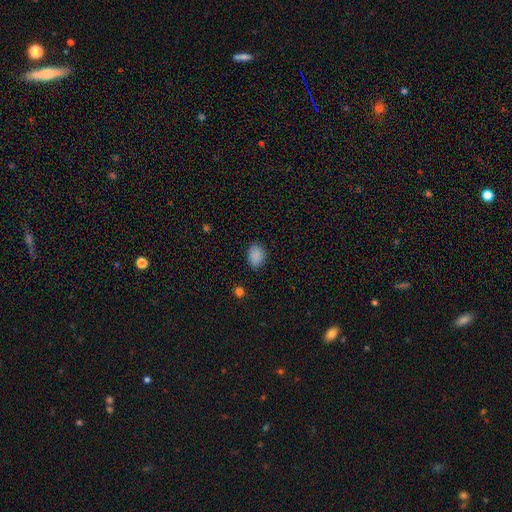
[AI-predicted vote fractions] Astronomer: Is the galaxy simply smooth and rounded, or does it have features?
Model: smooth — 88%.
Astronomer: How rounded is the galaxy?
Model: in between — 74%.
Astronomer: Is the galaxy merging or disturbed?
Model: none — 83%.